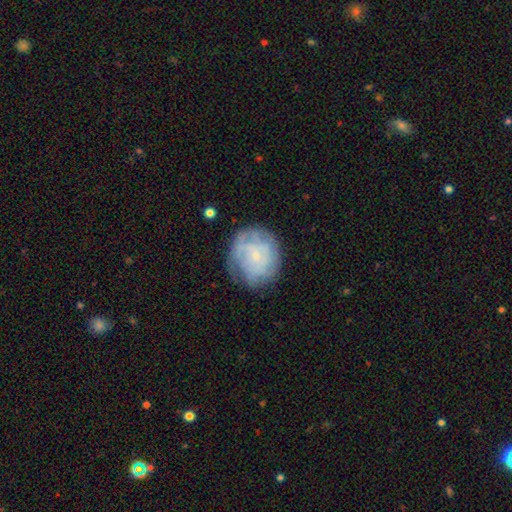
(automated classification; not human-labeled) Overall: featured or disk (59%; smooth 33%). Edge-on disk: no (98%). Bar: no (77%). Spiral arms: yes (75%). Bulge size: small (77%). Merging: none (71%).